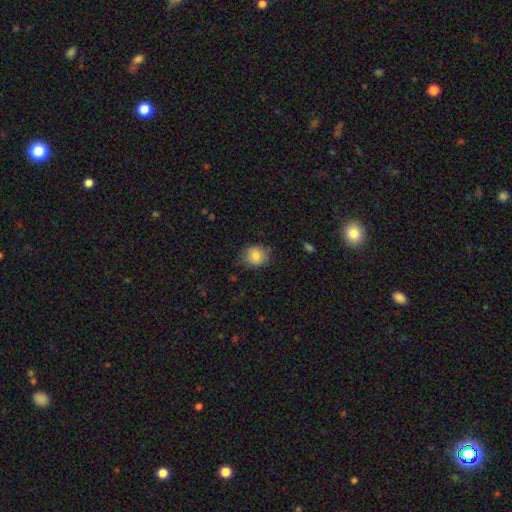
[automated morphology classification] Overall: smooth (82%). How rounded: round (71%). Merging: none (76%).